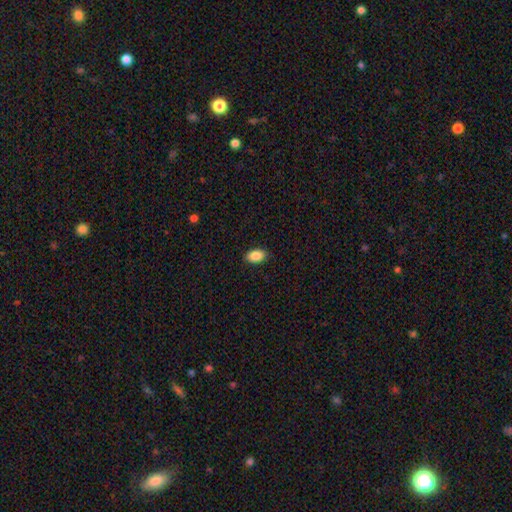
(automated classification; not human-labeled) Morphology: type=smooth (89%); roundness=in between (91%); merging=none (89%).